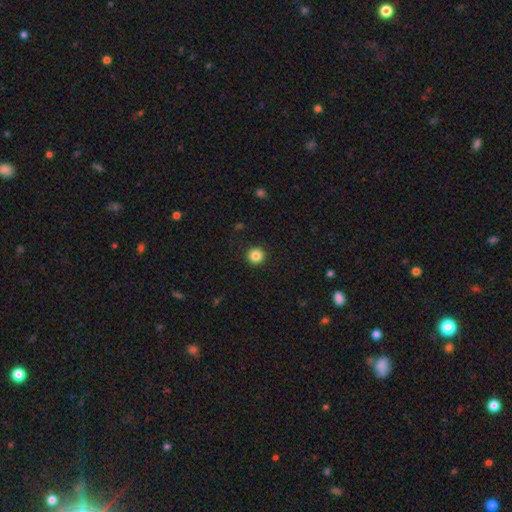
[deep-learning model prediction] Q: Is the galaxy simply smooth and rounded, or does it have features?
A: smooth — 85%.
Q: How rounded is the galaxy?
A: round — 95%.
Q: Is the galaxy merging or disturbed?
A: none — 92%.